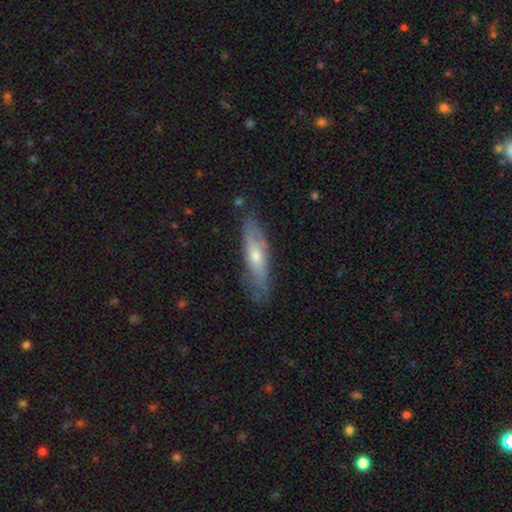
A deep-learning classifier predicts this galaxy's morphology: A featured or disk galaxy (53%) viewed edge-on (57%).

Vote fractions:
- Smooth or featured? featured or disk: 53% / smooth: 40% / star or artifact: 7%
- Edge-on disk? yes: 57% / no: 43%
- Merging? none: 80% / minor disturbance: 15% / major disturbance: 3% / merger: 2%